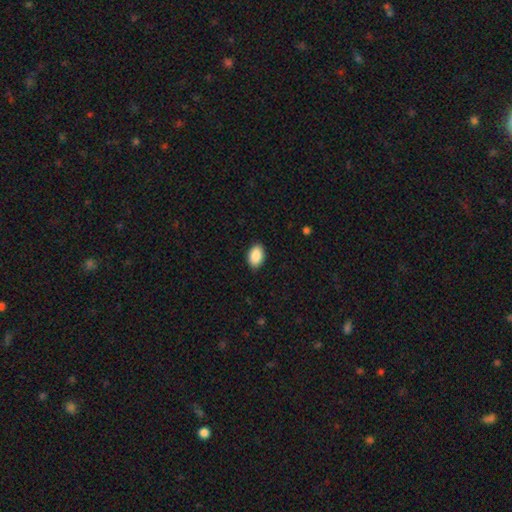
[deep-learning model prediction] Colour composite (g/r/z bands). It shows a smooth galaxy with no disk features (90%) that is in between round and cigar-shaped (90%). Merging: none (88%).